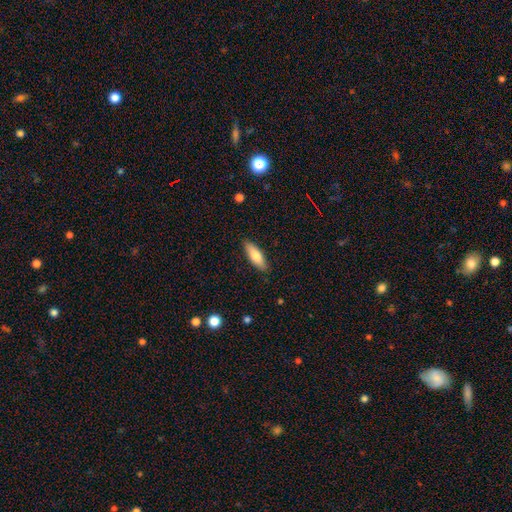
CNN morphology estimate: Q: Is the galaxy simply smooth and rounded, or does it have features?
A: smooth — 74%.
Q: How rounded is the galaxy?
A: in between — 55%.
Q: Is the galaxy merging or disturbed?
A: none — 88%.